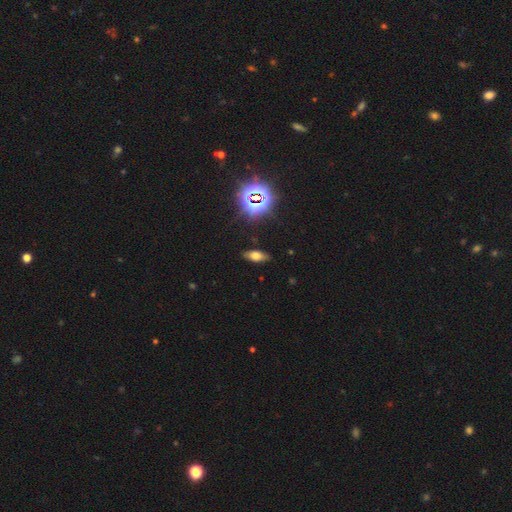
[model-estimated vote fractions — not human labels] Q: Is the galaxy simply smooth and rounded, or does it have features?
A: smooth — 59%.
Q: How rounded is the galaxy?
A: in between — 80%.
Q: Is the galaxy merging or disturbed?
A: none — 85%.